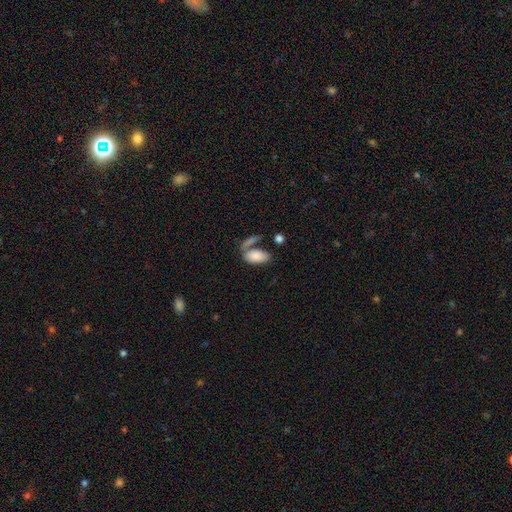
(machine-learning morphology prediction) A smooth galaxy with no disk features (83%) that is in between round and cigar-shaped (92%).

Vote fractions:
- Smooth or featured? smooth: 83% / featured or disk: 10% / star or artifact: 7%
- How rounded? in between: 92% / cigar-shaped: 5% / round: 3%
- Merging? none: 47% / merger: 31% / minor disturbance: 14% / major disturbance: 8%